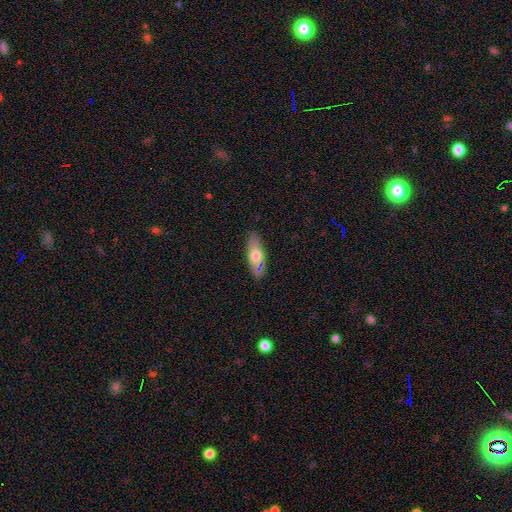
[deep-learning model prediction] Smooth or featured? smooth (63%)
How rounded? in between (72%)
Merging? none (80%)